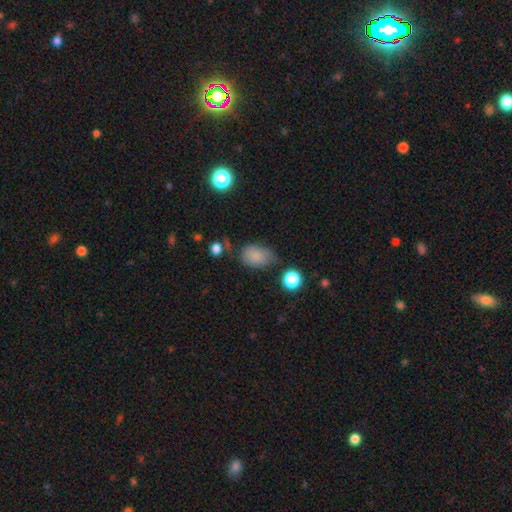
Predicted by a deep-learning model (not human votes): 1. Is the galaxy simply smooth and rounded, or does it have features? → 81% smooth, 11% star or artifact, 9% featured or disk.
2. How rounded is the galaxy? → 81% in between, 18% round, 1% cigar-shaped.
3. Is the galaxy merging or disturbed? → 56% none, 30% minor disturbance, 9% major disturbance, 5% merger.